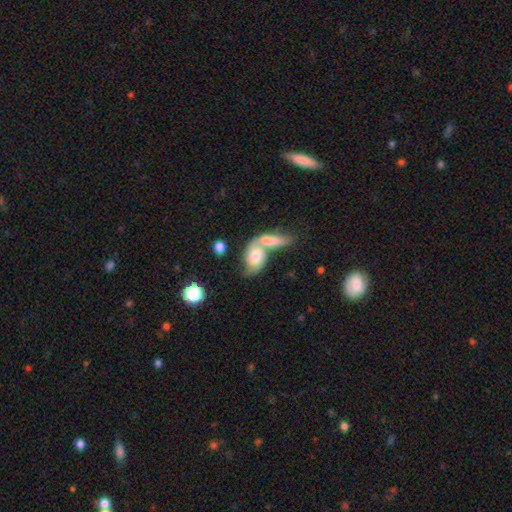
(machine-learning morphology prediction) A featured or disk galaxy (51%). Merging: merger (61%).